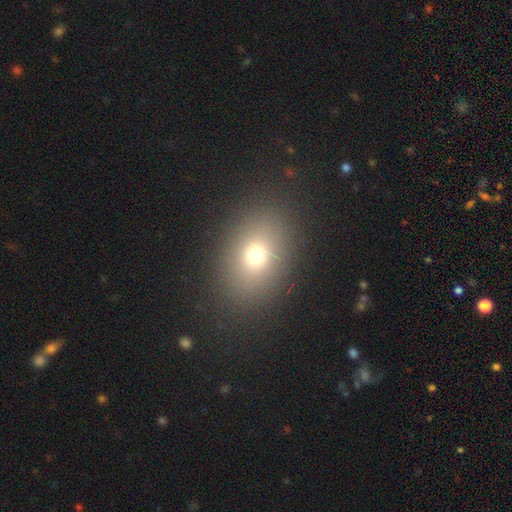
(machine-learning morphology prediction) Q: Smooth or featured?
A: smooth (73%); runner-up: star or artifact (15%)
Q: How rounded?
A: in between (69%); runner-up: round (30%)
Q: Merging?
A: none (86%); runner-up: minor disturbance (8%)